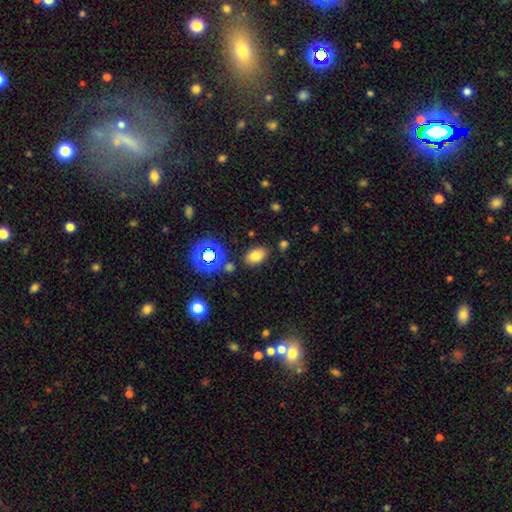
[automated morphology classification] This appears to be a smooth galaxy with no disk features (75%) that is in between round and cigar-shaped (84%). Merging: none (82%).